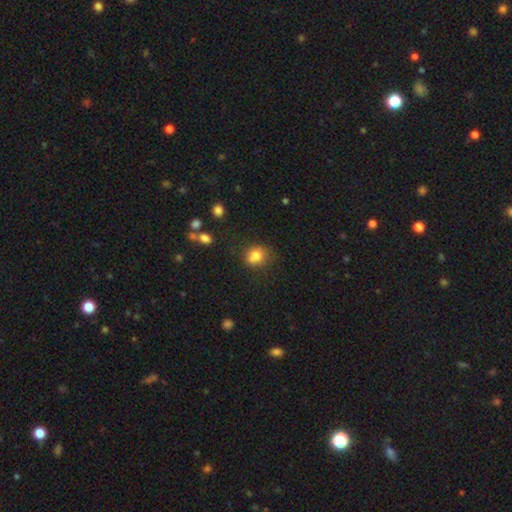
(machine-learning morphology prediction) smooth-or-featured: smooth: 79% | star or artifact: 11% | featured or disk: 10%
  how-rounded: round: 51% | in between: 48% | cigar-shaped: 1%
  merging: none: 59% | minor disturbance: 24% | merger: 9% | major disturbance: 8%